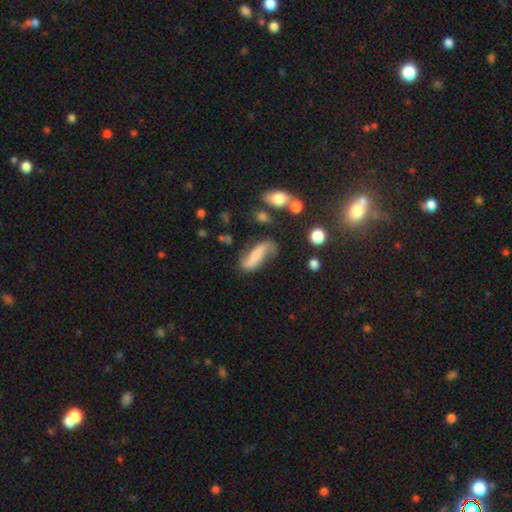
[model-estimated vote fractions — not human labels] Q: Smooth or featured?
A: smooth (47%); runner-up: featured or disk (45%)
Q: Merging?
A: none (52%); runner-up: minor disturbance (26%)